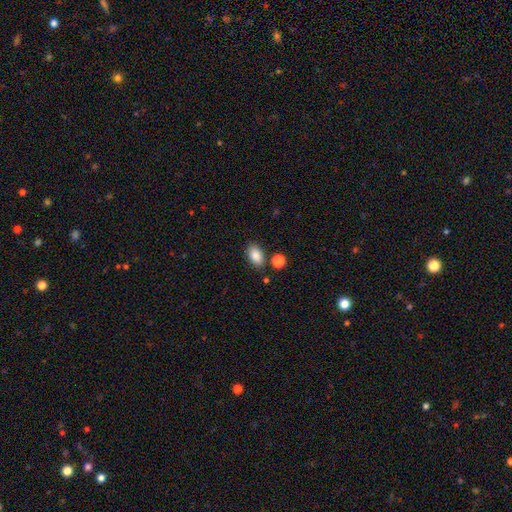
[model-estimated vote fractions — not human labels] Smooth or featured? smooth (86%)
How rounded? in between (90%)
Merging? none (81%)